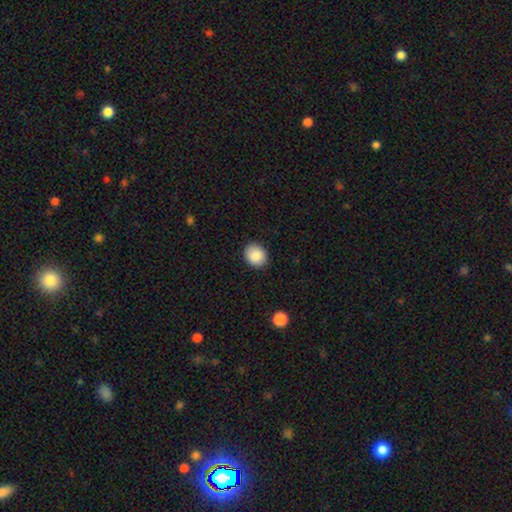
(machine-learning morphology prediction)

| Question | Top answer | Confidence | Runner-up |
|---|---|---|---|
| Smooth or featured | smooth | 87% | star or artifact (8%) |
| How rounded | round | 55% | in between (44%) |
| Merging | none | 88% | minor disturbance (9%) |